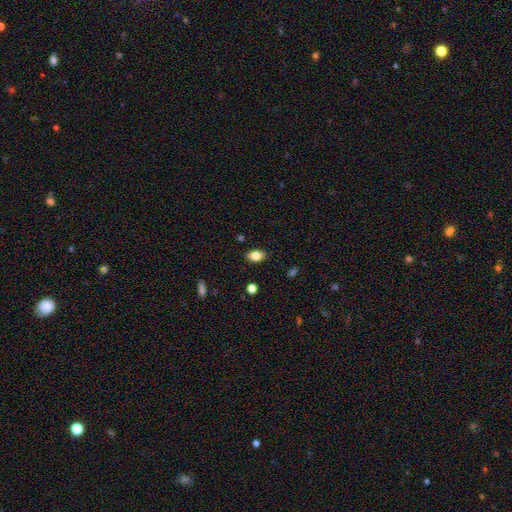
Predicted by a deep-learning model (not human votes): A smooth galaxy with no disk features (83%) that is in between round and cigar-shaped (87%). Merging: none (86%).